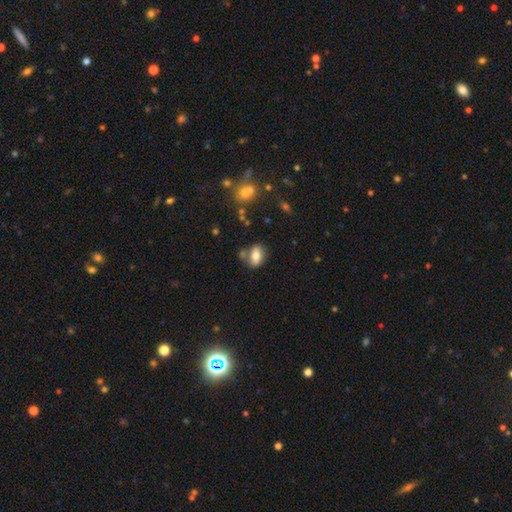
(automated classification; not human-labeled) Overall: smooth (77%). How rounded: in between (81%). Merging: none (67%).